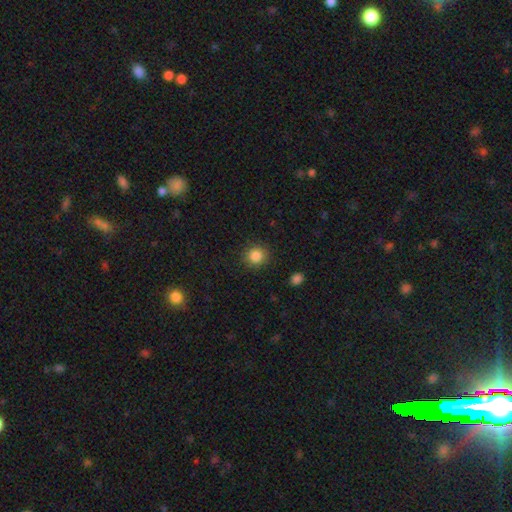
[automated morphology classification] A smooth galaxy with no disk features (85%) that is round (90%). Merging: none (89%).